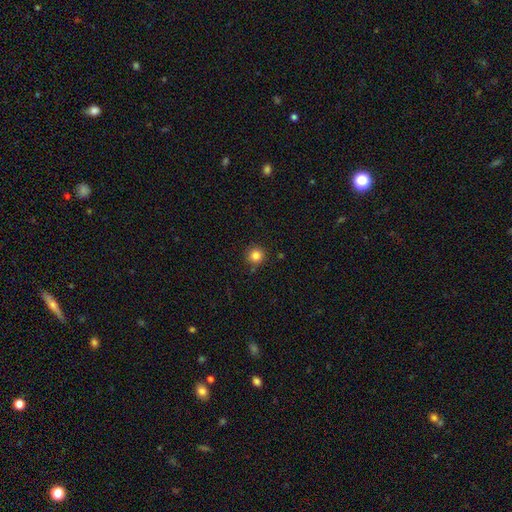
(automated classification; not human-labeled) Smooth or featured: smooth — 84% (star or artifact — 12%)
How rounded: round — 94% (in between — 5%)
Merging: none — 86% (minor disturbance — 9%)